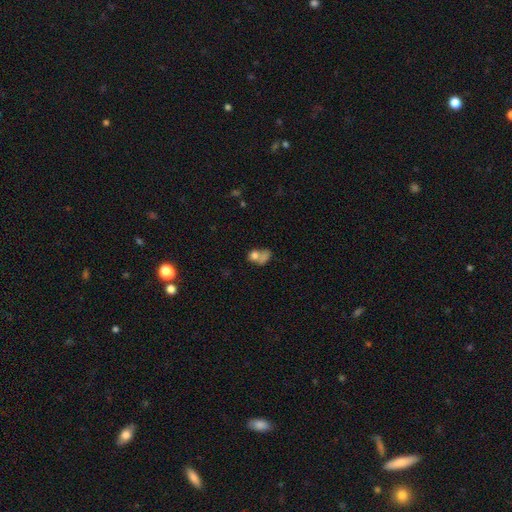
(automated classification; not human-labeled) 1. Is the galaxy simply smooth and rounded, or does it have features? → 71% smooth, 17% featured or disk, 12% star or artifact.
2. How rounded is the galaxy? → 53% in between, 45% round, 2% cigar-shaped.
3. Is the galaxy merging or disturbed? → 48% merger, 25% none, 16% major disturbance, 12% minor disturbance.